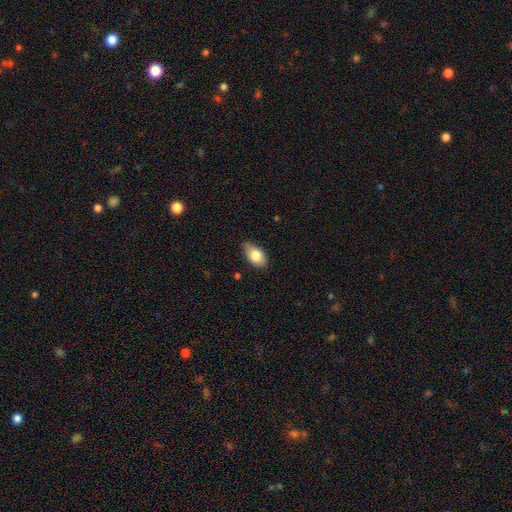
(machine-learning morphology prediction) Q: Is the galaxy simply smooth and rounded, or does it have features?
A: smooth — 77%.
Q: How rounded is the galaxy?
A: in between — 91%.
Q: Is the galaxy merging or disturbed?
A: none — 75%.